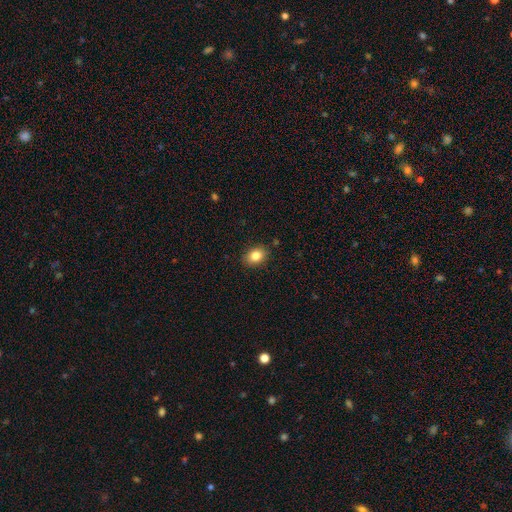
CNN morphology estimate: type=smooth (83%); roundness=in between (69%); merging=none (88%).